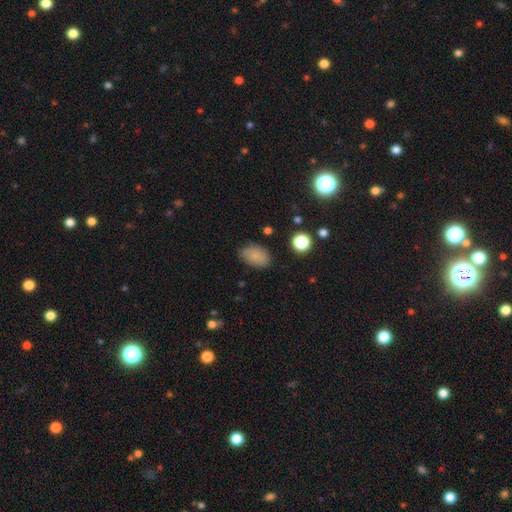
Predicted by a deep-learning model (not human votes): This is clearly a smooth galaxy (83%). How rounded: clearly in between (85%). Merging: likely none (78%).